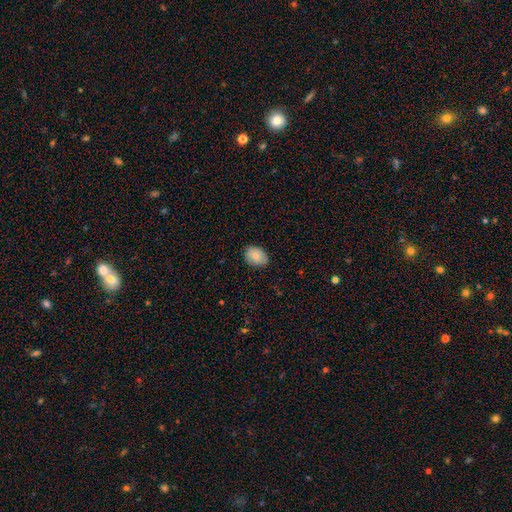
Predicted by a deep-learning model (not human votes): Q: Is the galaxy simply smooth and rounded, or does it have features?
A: smooth — 81%.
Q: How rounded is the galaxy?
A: in between — 66%.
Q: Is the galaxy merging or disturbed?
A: none — 84%.